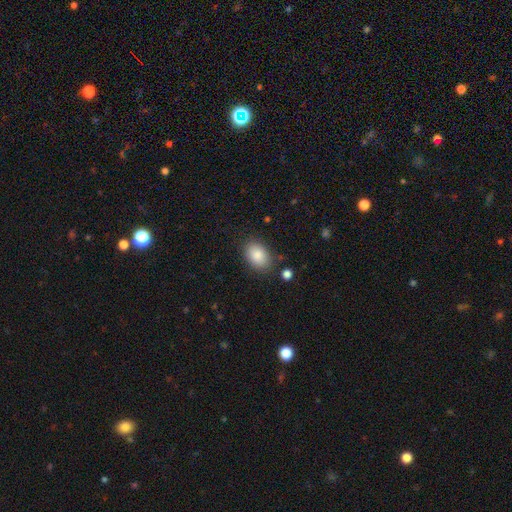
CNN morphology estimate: This appears to be a smooth galaxy with no disk features (85%) that is in between round and cigar-shaped (81%). Merging: none (81%).